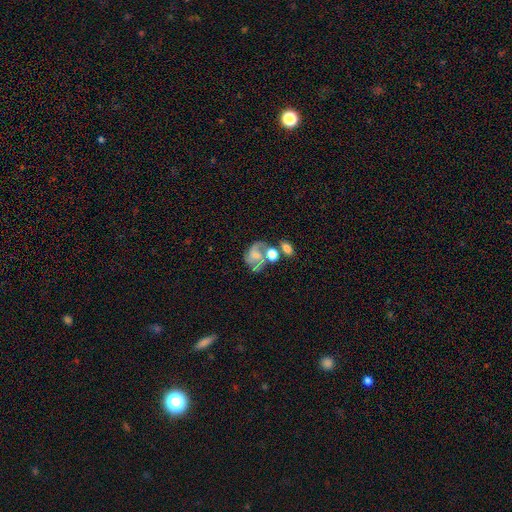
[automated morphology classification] A featured or disk galaxy (73%) with no bar (61%), 2 (53%) medium (52%) spiral arms (91%) and a small central bulge (43%). Merging: none (41%).